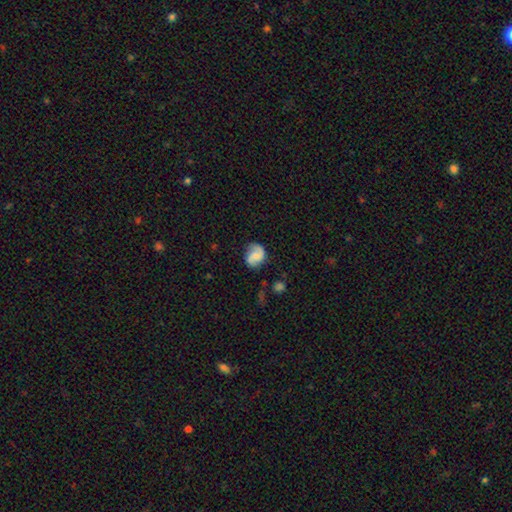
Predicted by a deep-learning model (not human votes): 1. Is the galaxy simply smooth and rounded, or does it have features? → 60% featured or disk, 33% smooth, 8% star or artifact.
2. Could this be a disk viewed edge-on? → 98% no, 2% yes.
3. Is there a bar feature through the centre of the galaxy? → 52% no, 39% weak, 9% strong.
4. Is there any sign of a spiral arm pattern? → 92% yes, 8% no.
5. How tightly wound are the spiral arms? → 43% medium, 37% loose, 20% tight.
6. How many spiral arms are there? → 86% 2, 6% can't tell, 5% 1, 1% 3, 1% 4, 1% more than 4.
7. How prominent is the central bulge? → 38% small, 33% moderate, 23% none, 5% large, 2% dominant.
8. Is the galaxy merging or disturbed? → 73% none, 19% minor disturbance, 6% major disturbance, 2% merger.